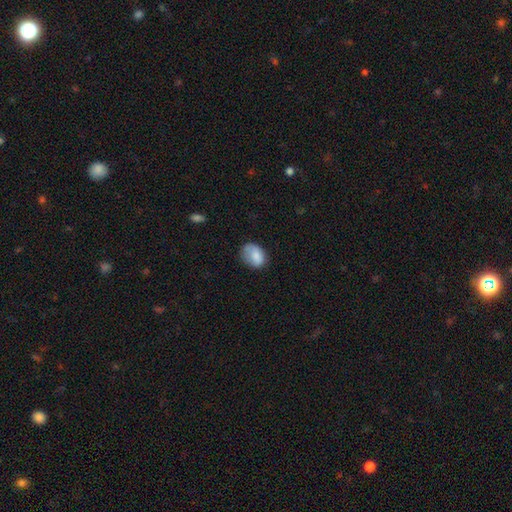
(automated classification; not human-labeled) Smooth or featured? smooth (81%)
How rounded? in between (66%)
Merging? none (56%)